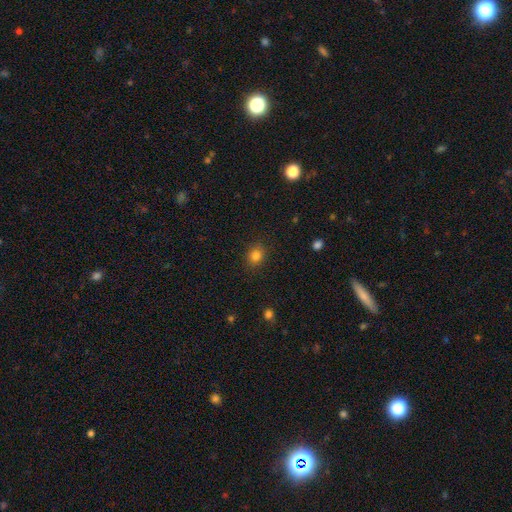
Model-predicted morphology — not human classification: Q: Smooth or featured?
A: smooth (83%); runner-up: star or artifact (12%)
Q: How rounded?
A: round (69%); runner-up: in between (30%)
Q: Merging?
A: none (87%); runner-up: minor disturbance (9%)